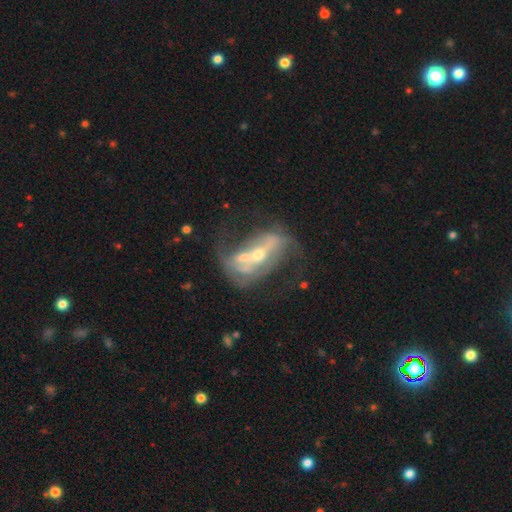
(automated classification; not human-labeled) This appears to be a featured or disk galaxy (80%) with a strong bar (51%), spiral arms (70%) and a moderate central bulge (48%). Merging: none (34%).